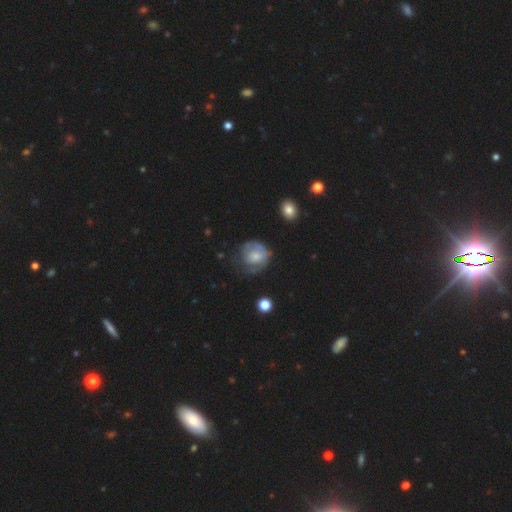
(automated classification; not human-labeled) This appears to be a smooth galaxy with no disk features (50%) that is round (78%). Merging: none (51%).